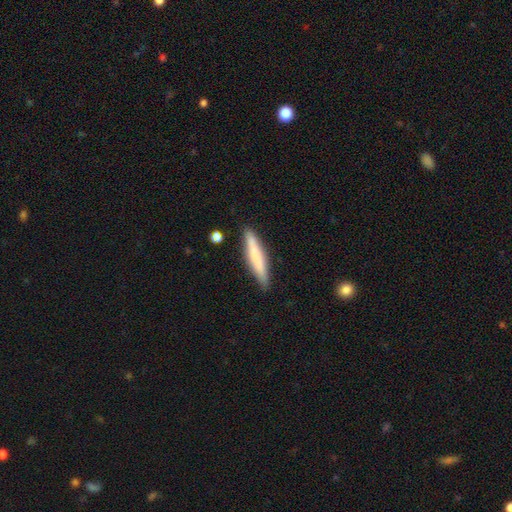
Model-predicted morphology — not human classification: Smooth or featured? Predicted: smooth (p=0.67). How rounded? Predicted: cigar-shaped (p=0.91). Merging? Predicted: none (p=0.87).